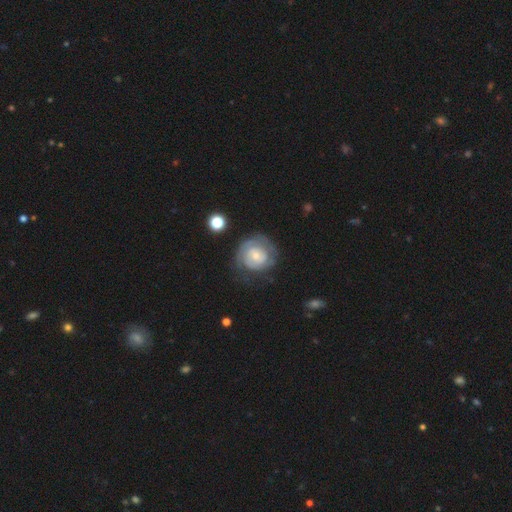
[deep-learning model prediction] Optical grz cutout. It shows a featured or disk galaxy (65%) with no bar (71%), spiral arms (76%) and a small central bulge (62%). Merging: none (60%).